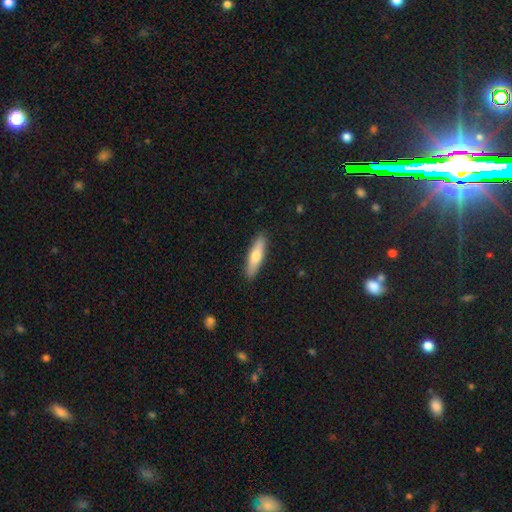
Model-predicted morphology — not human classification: smooth-or-featured: smooth: 66% | featured or disk: 28% | star or artifact: 6%
  how-rounded: cigar-shaped: 71% | in between: 27% | round: 2%
  merging: none: 90% | minor disturbance: 8% | major disturbance: 2% | merger: 1%